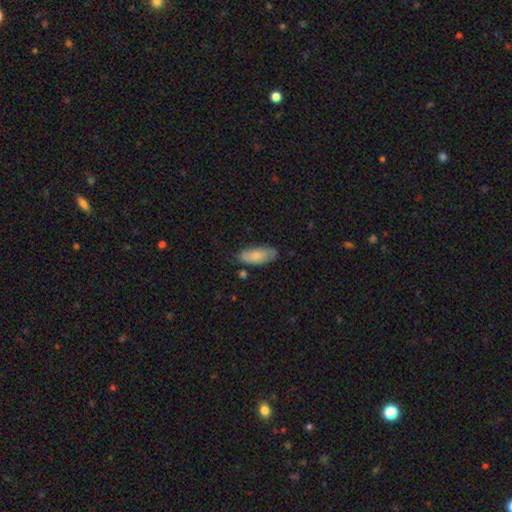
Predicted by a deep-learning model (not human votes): This appears to be a smooth galaxy with no disk features (75%) that is in between round and cigar-shaped (85%). Merging: none (69%).